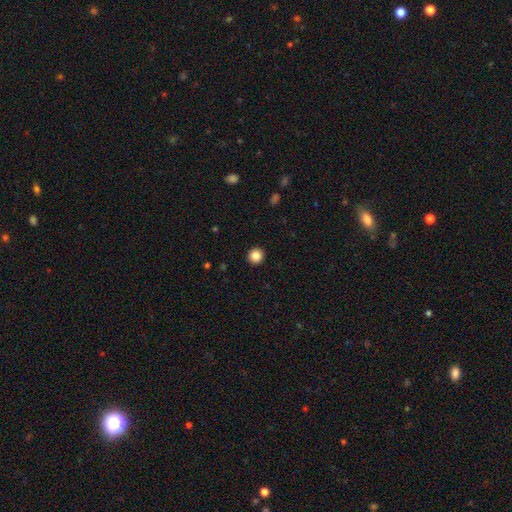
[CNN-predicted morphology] Smooth or featured?
  - smooth: 86% *
  - star or artifact: 10%
  - featured or disk: 4%
How rounded?
  - round: 93% *
  - in between: 6%
  - cigar-shaped: 1%
Merging?
  - none: 93% *
  - minor disturbance: 4%
  - major disturbance: 1%
  - merger: 1%